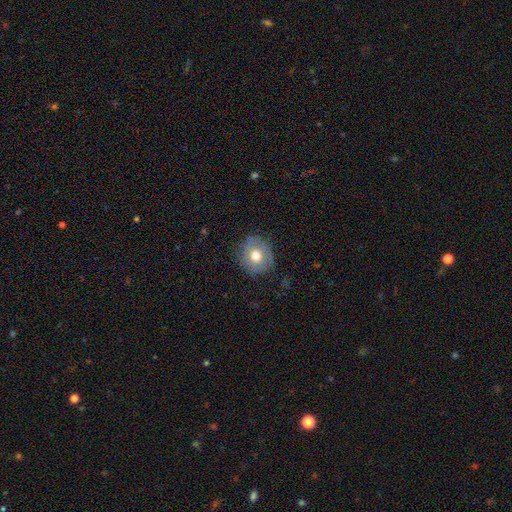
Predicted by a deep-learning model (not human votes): A smooth galaxy with no disk features (71%) that is round (79%). Merging: none (80%).